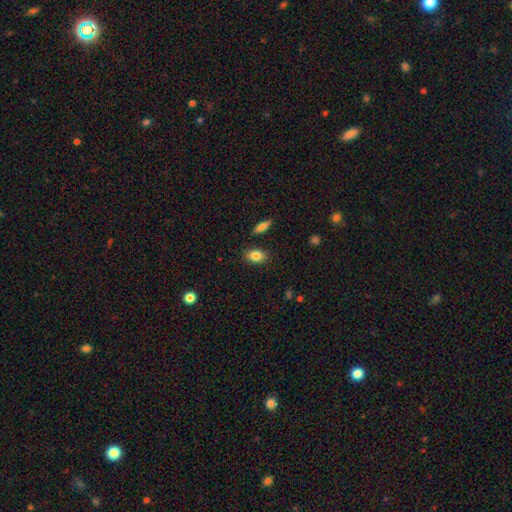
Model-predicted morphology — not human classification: This appears to be a smooth galaxy with no disk features (84%) that is in between round and cigar-shaped (78%). Merging: none (86%).